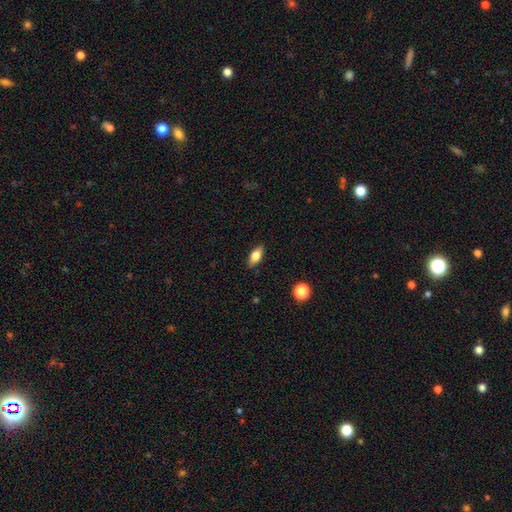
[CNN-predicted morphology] Q: Smooth or featured?
A: smooth (71%); runner-up: featured or disk (21%)
Q: How rounded?
A: in between (81%); runner-up: cigar-shaped (15%)
Q: Merging?
A: none (87%); runner-up: minor disturbance (10%)